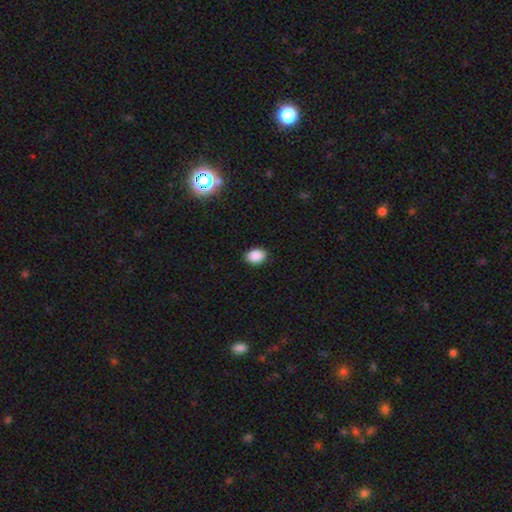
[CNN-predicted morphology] Smooth or featured: smooth — 89% (star or artifact — 8%)
How rounded: in between — 76% (round — 23%)
Merging: none — 90% (minor disturbance — 7%)